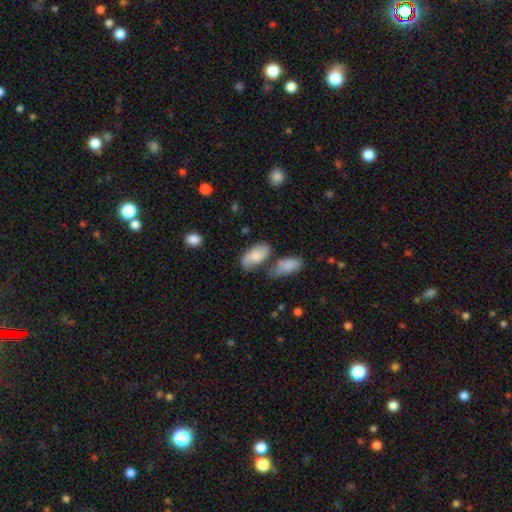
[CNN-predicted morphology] Smooth or featured? Predicted: smooth (p=0.65). How rounded? Predicted: in between (p=0.92). Merging? Predicted: none (p=0.44).